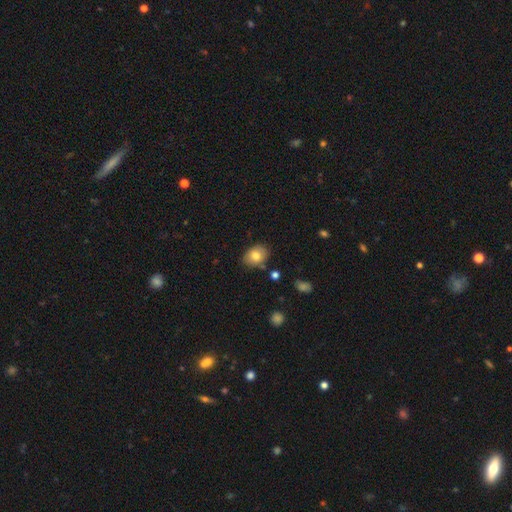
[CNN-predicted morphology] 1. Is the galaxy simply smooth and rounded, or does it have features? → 79% smooth, 12% featured or disk, 8% star or artifact.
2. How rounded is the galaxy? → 67% in between, 32% round, 1% cigar-shaped.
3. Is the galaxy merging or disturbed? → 80% none, 14% minor disturbance, 4% merger, 3% major disturbance.